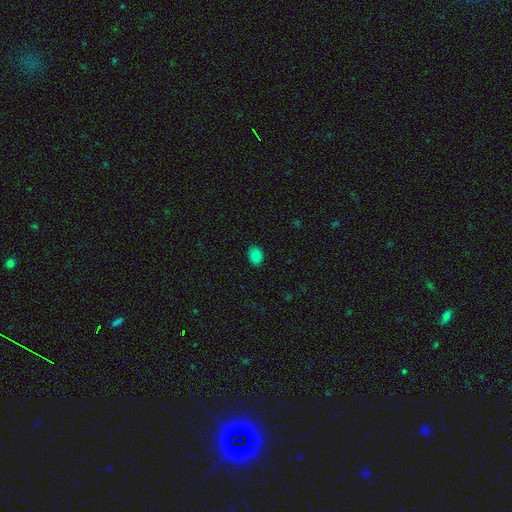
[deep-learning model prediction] Morphology: type=smooth (85%); roundness=in between (72%); merging=none (87%).